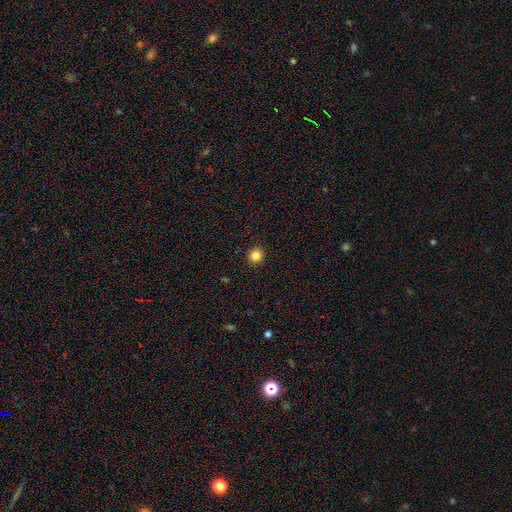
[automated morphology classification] smooth-or-featured: smooth: 85% | star or artifact: 11% | featured or disk: 3%
  how-rounded: round: 90% | in between: 9% | cigar-shaped: 1%
  merging: none: 93% | minor disturbance: 5% | major disturbance: 2% | merger: 1%